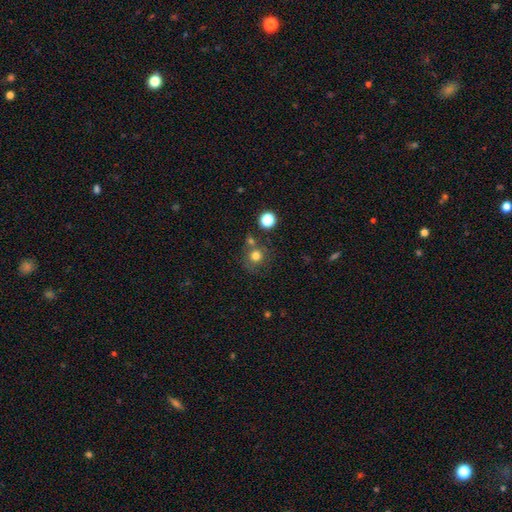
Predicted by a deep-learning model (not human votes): A smooth galaxy with no disk features (76%) that is round (88%). Merging: none (65%).